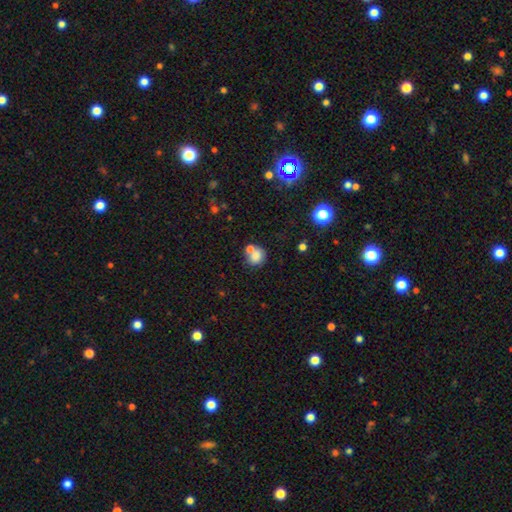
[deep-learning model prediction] Smooth or featured? Predicted: smooth (p=0.78). How rounded? Predicted: round (p=0.72). Merging? Predicted: none (p=0.48).